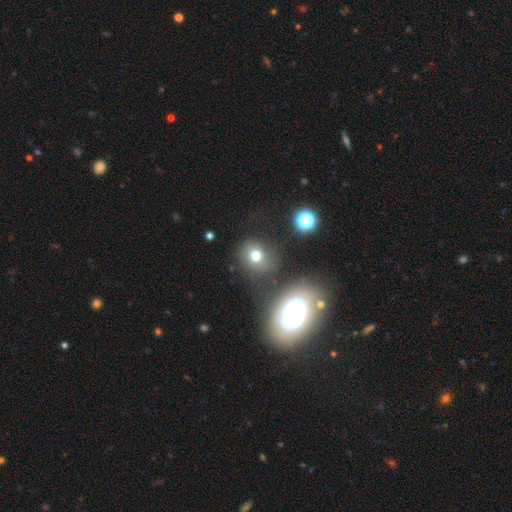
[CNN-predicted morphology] This appears to be a smooth galaxy with no disk features (68%) that is round (72%). Merging: none (74%).